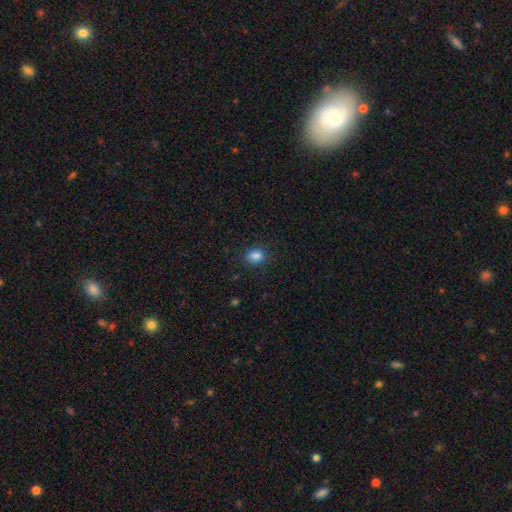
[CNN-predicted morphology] smooth 83%, star or artifact 12%, featured or disk 5%. Down the decision tree: how rounded — in between (62%); merging — none (84%).